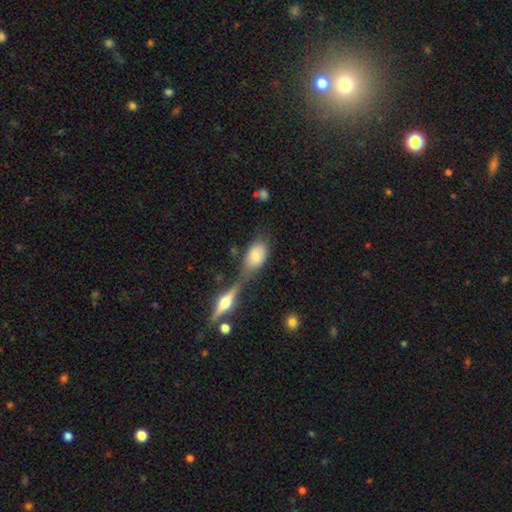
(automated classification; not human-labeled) Q: Smooth or featured?
A: smooth (73%); runner-up: featured or disk (18%)
Q: How rounded?
A: in between (83%); runner-up: round (13%)
Q: Merging?
A: none (42%); runner-up: merger (33%)